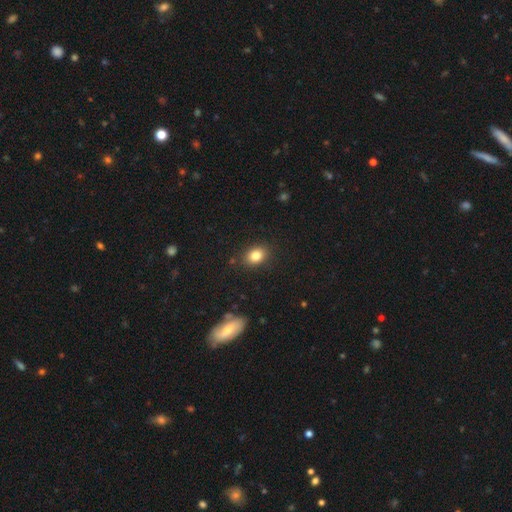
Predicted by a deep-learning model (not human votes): Smooth or featured?
  - smooth: 82% *
  - star or artifact: 10%
  - featured or disk: 7%
How rounded?
  - in between: 65% *
  - round: 34%
  - cigar-shaped: 1%
Merging?
  - none: 86% *
  - minor disturbance: 10%
  - major disturbance: 3%
  - merger: 2%